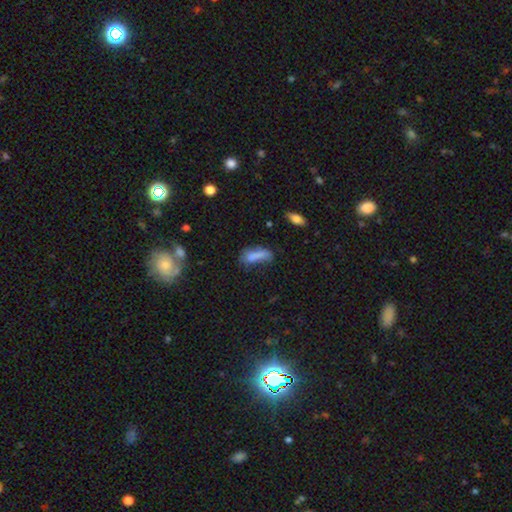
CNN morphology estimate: smooth-or-featured: smooth: 75% | featured or disk: 14% | star or artifact: 11%
  how-rounded: in between: 61% | cigar-shaped: 36% | round: 3%
  merging: none: 36% | minor disturbance: 30% | major disturbance: 26% | merger: 9%